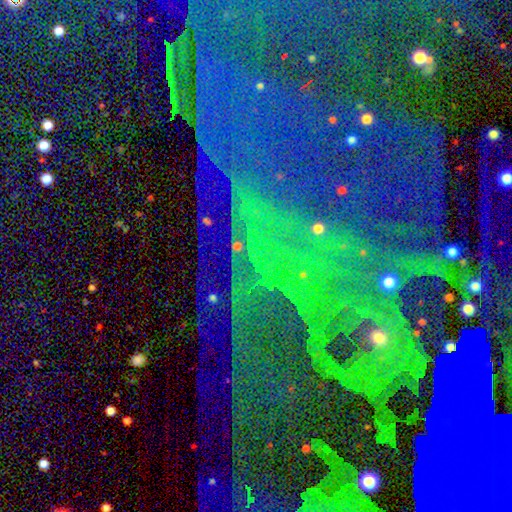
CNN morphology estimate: This is clearly a star or artifact rather than a galaxy (85%).